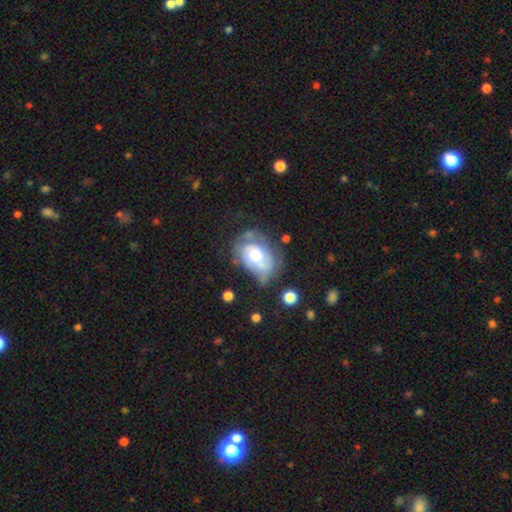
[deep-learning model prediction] Q: Smooth or featured?
A: featured or disk (61%); runner-up: smooth (32%)
Q: Edge-on disk?
A: no (96%); runner-up: yes (4%)
Q: Bar?
A: no (74%); runner-up: weak (21%)
Q: Spiral arms?
A: yes (66%); runner-up: no (34%)
Q: Bulge size?
A: moderate (58%); runner-up: large (21%)
Q: Merging?
A: none (41%); runner-up: minor disturbance (30%)